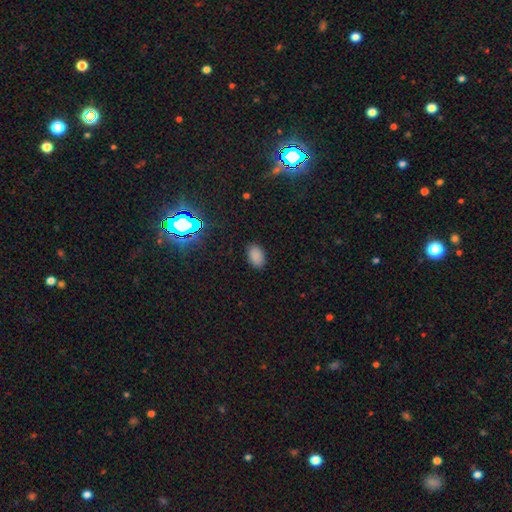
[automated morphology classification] Smooth or featured?
  - smooth: 81% *
  - star or artifact: 15%
  - featured or disk: 4%
How rounded?
  - in between: 90% *
  - round: 9%
  - cigar-shaped: 1%
Merging?
  - none: 86% *
  - minor disturbance: 10%
  - major disturbance: 3%
  - merger: 1%